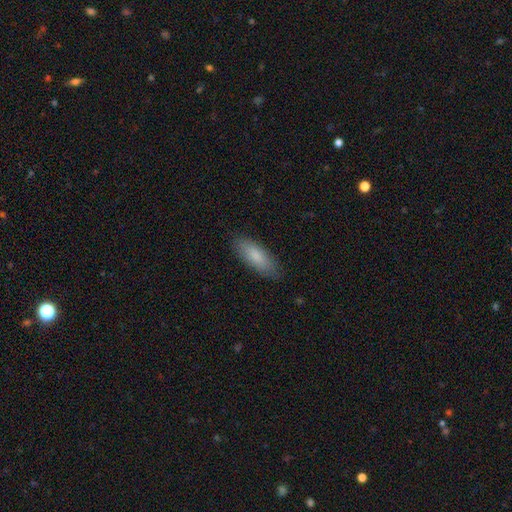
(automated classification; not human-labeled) smooth 84%, featured or disk 11%, star or artifact 6%. Down the decision tree: how rounded — in between (67%); merging — none (85%).